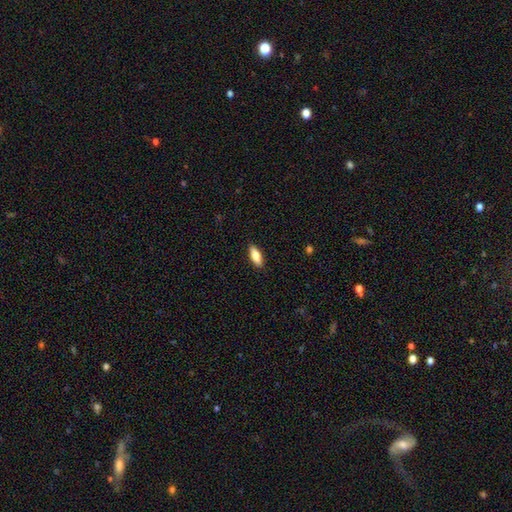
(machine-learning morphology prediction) Overall: smooth (79%). How rounded: in between (67%; cigar-shaped 31%). Merging: none (89%).